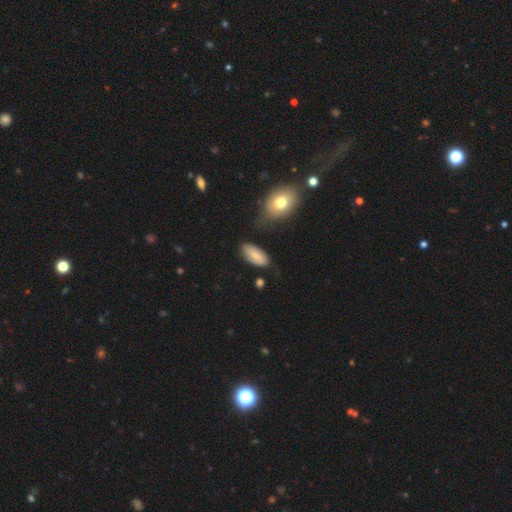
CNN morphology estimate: Smooth or featured? Predicted: smooth (p=0.69). How rounded? Predicted: in between (p=0.91). Merging? Predicted: none (p=0.69).